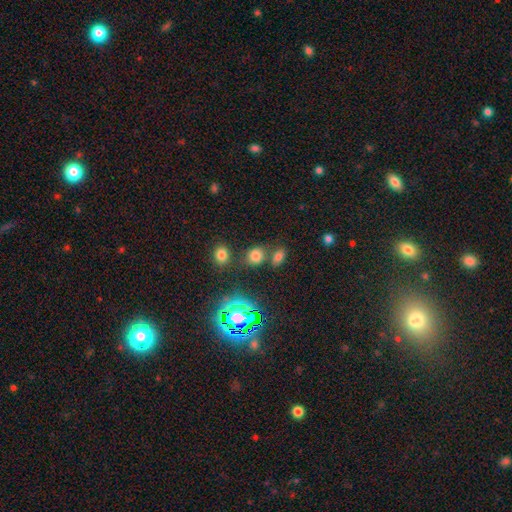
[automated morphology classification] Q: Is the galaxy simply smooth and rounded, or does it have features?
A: smooth — 68%.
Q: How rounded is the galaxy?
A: round — 60%.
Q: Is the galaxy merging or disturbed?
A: none — 70%.